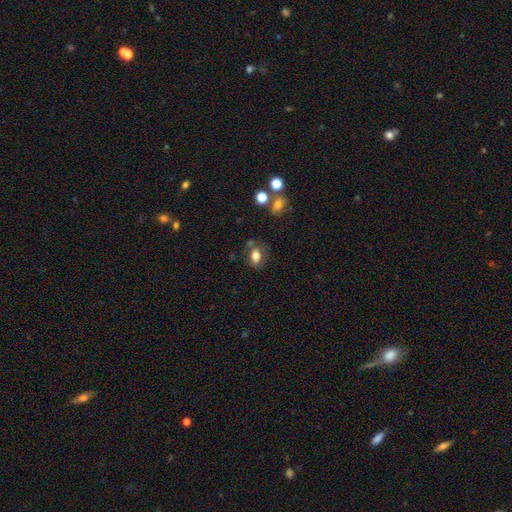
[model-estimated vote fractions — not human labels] Overall: smooth (78%). How rounded: in between (77%). Merging: none (68%).